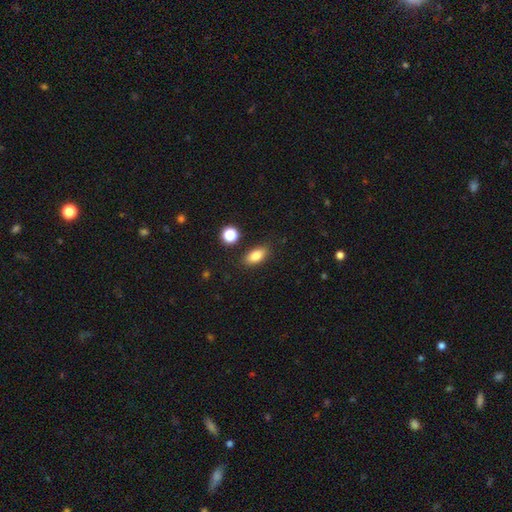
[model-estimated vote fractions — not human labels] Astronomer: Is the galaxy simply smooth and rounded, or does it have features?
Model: smooth — 83%.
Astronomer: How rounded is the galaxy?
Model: in between — 87%.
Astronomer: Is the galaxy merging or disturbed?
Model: none — 84%.